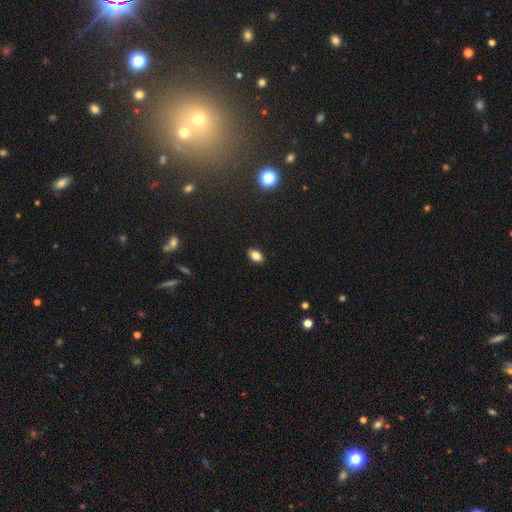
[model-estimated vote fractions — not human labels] Smooth or featured: smooth — 82% (star or artifact — 10%)
How rounded: in between — 90% (round — 8%)
Merging: none — 89% (minor disturbance — 8%)